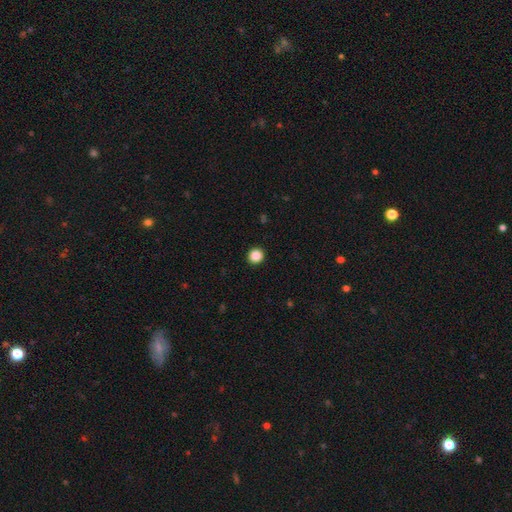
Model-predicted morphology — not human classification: type=smooth (87%); roundness=round (92%); merging=none (93%).